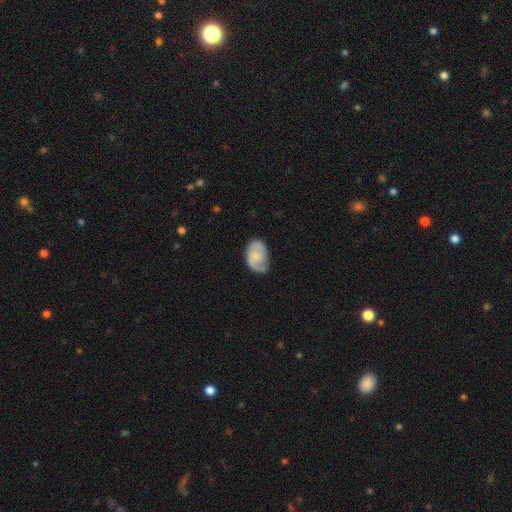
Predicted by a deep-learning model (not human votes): Q: Smooth or featured?
A: featured or disk (54%); runner-up: smooth (40%)
Q: Edge-on disk?
A: no (97%); runner-up: yes (3%)
Q: Bar?
A: no (66%); runner-up: weak (30%)
Q: Spiral arms?
A: yes (85%); runner-up: no (15%)
Q: Bulge size?
A: none (34%); runner-up: small (33%)
Q: Merging?
A: none (58%); runner-up: minor disturbance (28%)